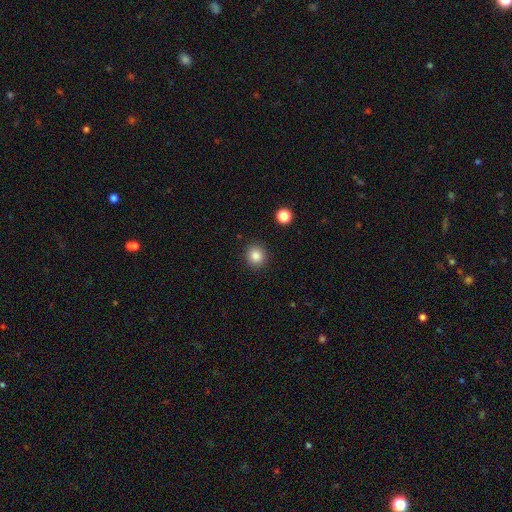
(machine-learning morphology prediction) smooth_or_featured: smooth (p=0.85) [alt: star or artifact p=0.10]
how_rounded: round (p=0.90) [alt: in between p=0.09]
merging: none (p=0.91) [alt: minor disturbance p=0.06]